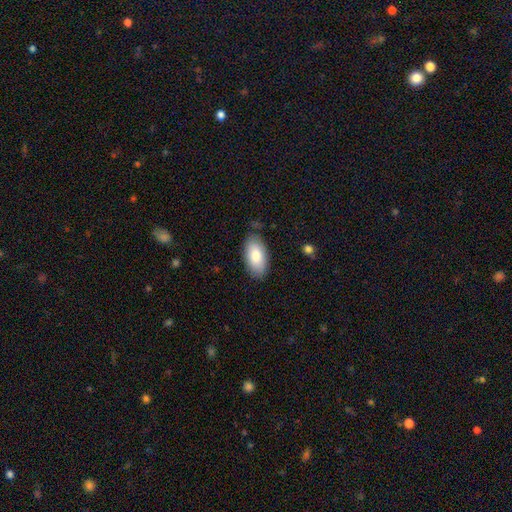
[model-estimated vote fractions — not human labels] This is clearly a smooth galaxy (81%). How rounded: clearly in between (94%). Merging: clearly none (82%).